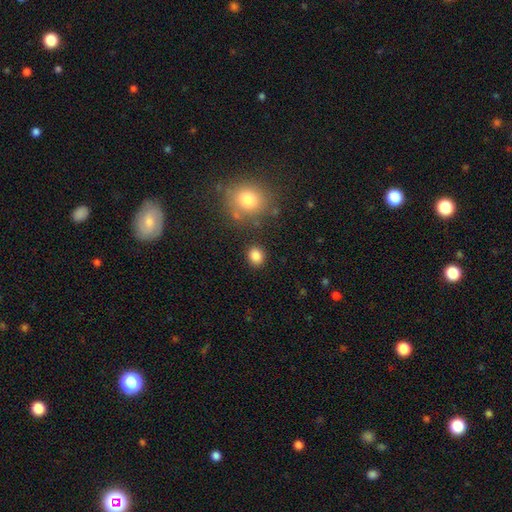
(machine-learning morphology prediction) Smooth or featured? Predicted: smooth (p=0.85). How rounded? Predicted: round (p=0.73). Merging? Predicted: none (p=0.86).